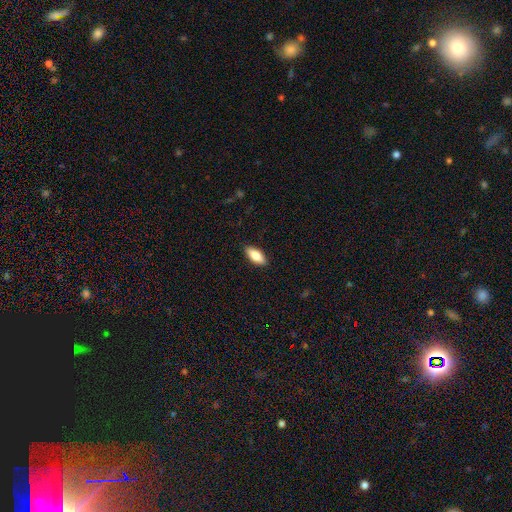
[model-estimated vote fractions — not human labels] The model was most divided on "how rounded": in between: 80%, cigar-shaped: 17%, round: 2%. More confident: merging — none (89%); smooth or featured — smooth (79%).